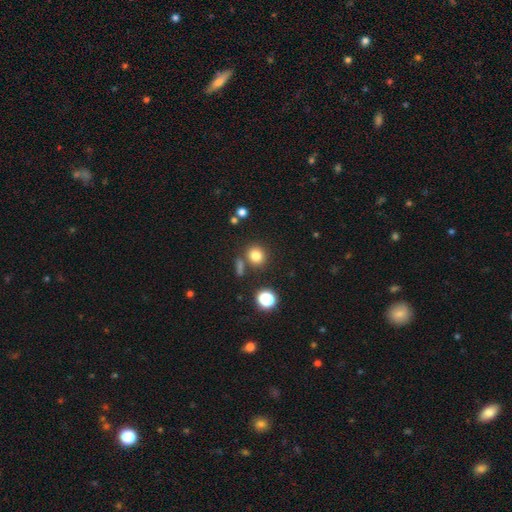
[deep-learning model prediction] Morphology: type=smooth (79%); roundness=round (85%); merging=none (78%).